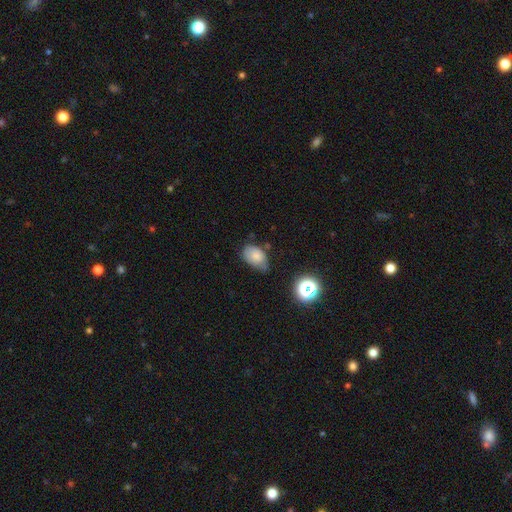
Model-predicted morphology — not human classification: smooth_or_featured: smooth (p=0.75) [alt: featured or disk p=0.14]
how_rounded: in between (p=0.83) [alt: round p=0.16]
merging: none (p=0.44) [alt: minor disturbance p=0.42]